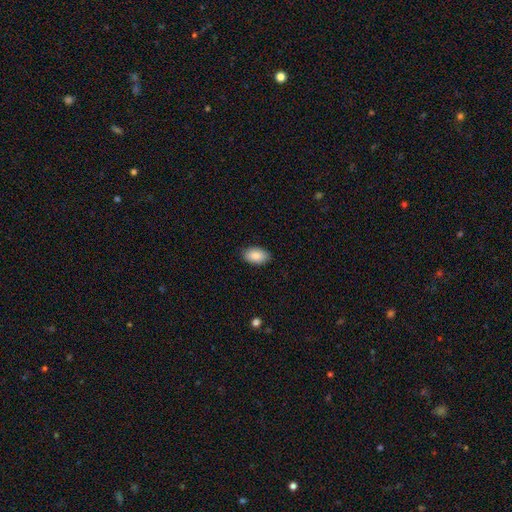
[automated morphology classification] smooth_or_featured: smooth (p=0.89) [alt: star or artifact p=0.07]
how_rounded: in between (p=0.94) [alt: round p=0.05]
merging: none (p=0.88) [alt: minor disturbance p=0.09]